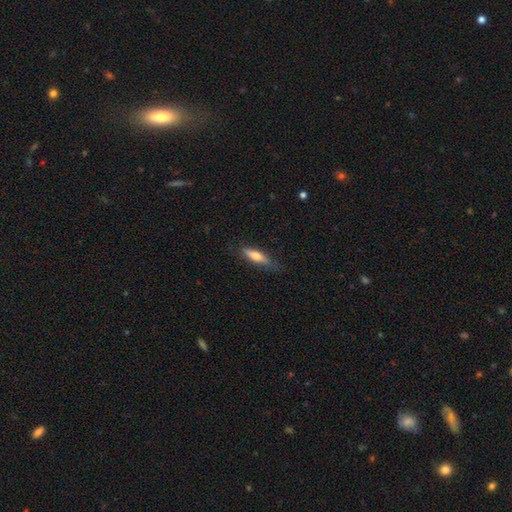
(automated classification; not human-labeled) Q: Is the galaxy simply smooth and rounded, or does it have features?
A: smooth — 65%.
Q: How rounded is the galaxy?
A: cigar-shaped — 64%.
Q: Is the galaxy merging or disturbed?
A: none — 71%.